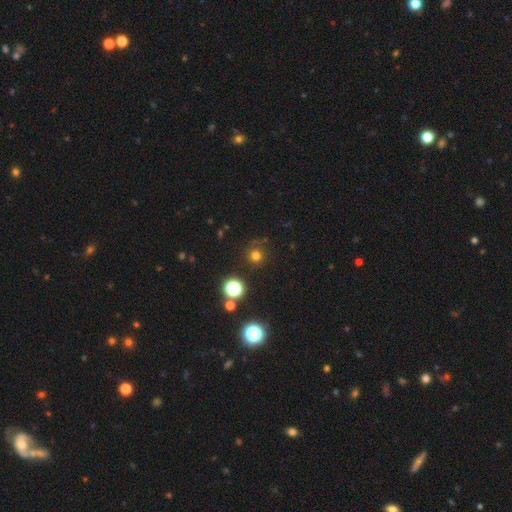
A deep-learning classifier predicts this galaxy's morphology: A smooth galaxy with no disk features (70%) that is round (94%). Merging: none (82%).